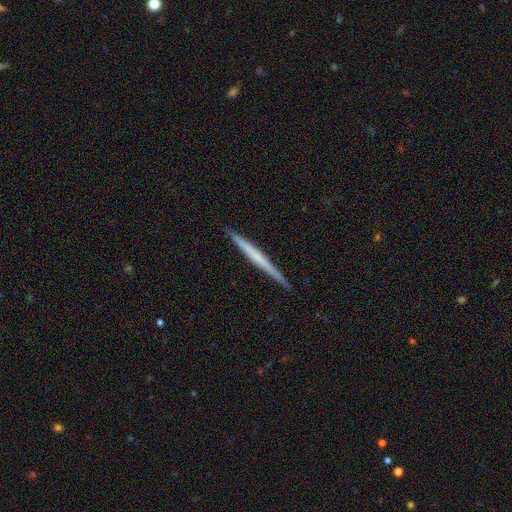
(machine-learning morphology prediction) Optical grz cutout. It shows a featured or disk galaxy (53%) viewed edge-on (98%) with no central bulge (86%). Merging: none (92%).